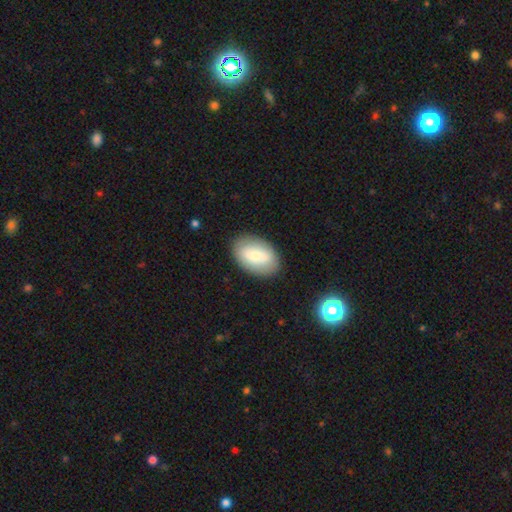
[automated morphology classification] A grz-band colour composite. It shows a smooth galaxy with no disk features (72%) that is in between round and cigar-shaped (90%). Merging: none (85%).